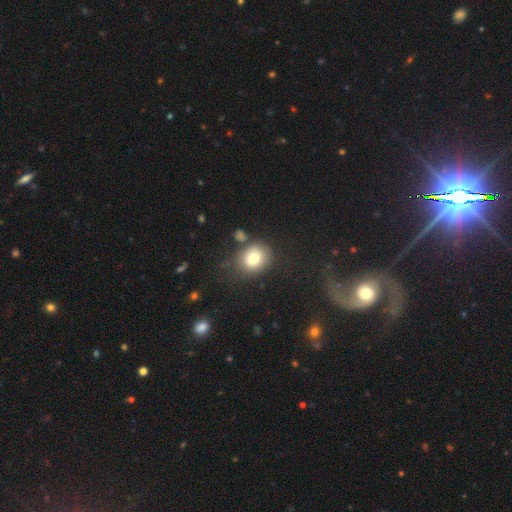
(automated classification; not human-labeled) smooth 77%, featured or disk 12%, star or artifact 11%. Down the decision tree: how rounded — round (72%); merging — none (73%).